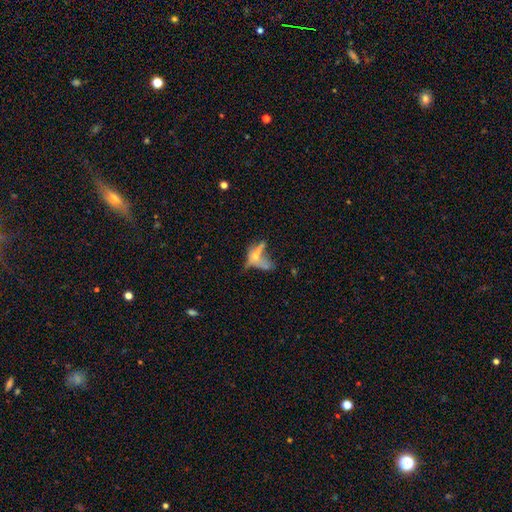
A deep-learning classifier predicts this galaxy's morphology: smooth_or_featured: smooth (p=0.43) [alt: featured or disk p=0.40]
merging: merger (p=0.39) [alt: none p=0.26]